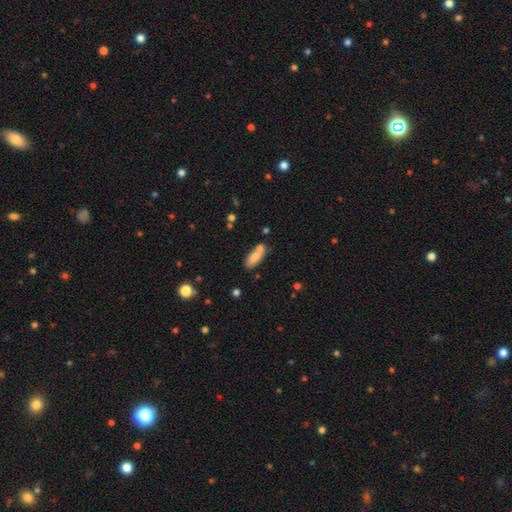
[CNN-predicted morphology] A smooth galaxy with no disk features (78%) that is in between round and cigar-shaped (69%).

Vote fractions:
- Smooth or featured? smooth: 78% / featured or disk: 14% / star or artifact: 8%
- How rounded? in between: 69% / cigar-shaped: 28% / round: 3%
- Merging? none: 57% / merger: 23% / minor disturbance: 15% / major disturbance: 4%